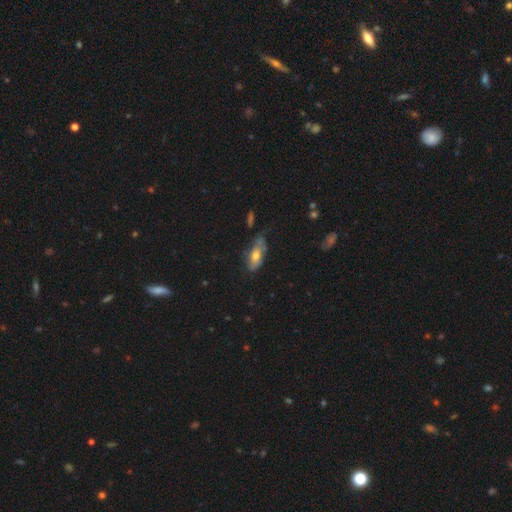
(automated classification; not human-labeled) smooth_or_featured: smooth (p=0.57) [alt: featured or disk p=0.35]
how_rounded: in between (p=0.76) [alt: cigar-shaped p=0.20]
merging: none (p=0.46) [alt: minor disturbance p=0.34]